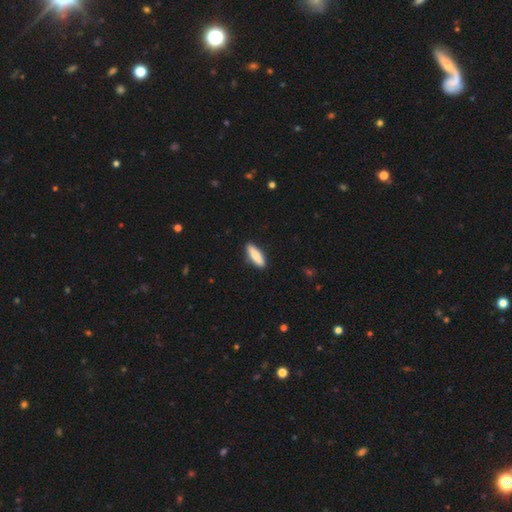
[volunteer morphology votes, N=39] Smooth or featured? smooth (87%)
How rounded? cigar-shaped (56%)
Merging? none (78%)